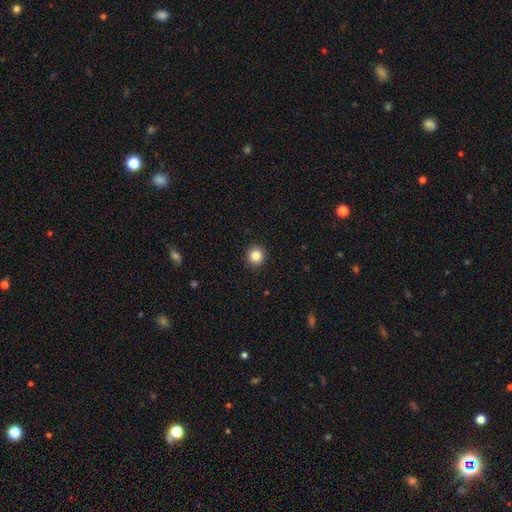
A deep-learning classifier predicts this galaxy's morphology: Q: Smooth or featured?
A: smooth (84%); runner-up: star or artifact (10%)
Q: How rounded?
A: round (94%); runner-up: in between (5%)
Q: Merging?
A: none (93%); runner-up: minor disturbance (5%)